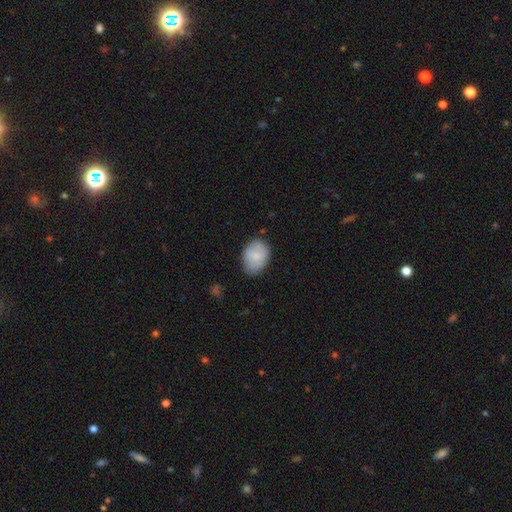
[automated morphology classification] type=smooth (74%); roundness=in between (73%); merging=none (70%).